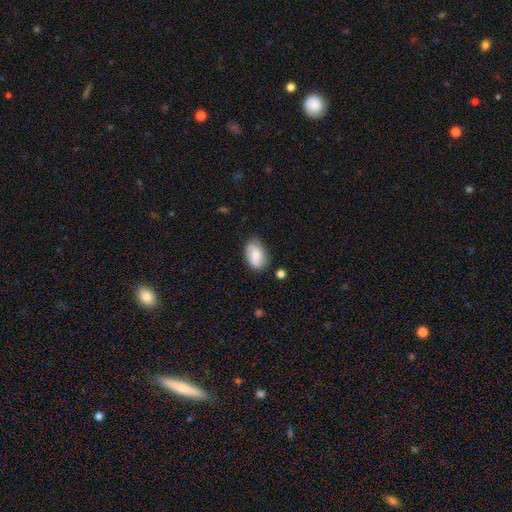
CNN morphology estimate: Smooth or featured: smooth — 71% (featured or disk — 22%)
How rounded: in between — 88% (round — 10%)
Merging: none — 73% (minor disturbance — 20%)